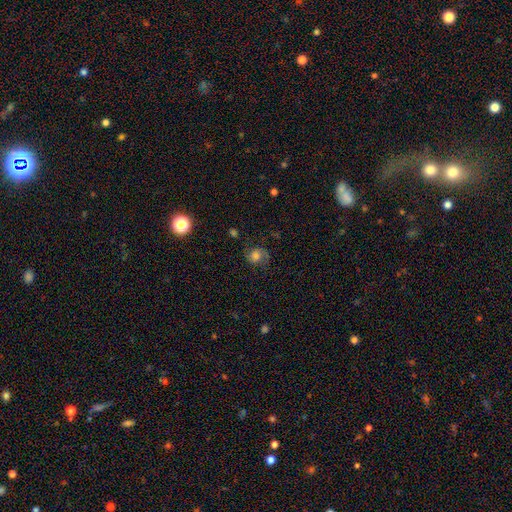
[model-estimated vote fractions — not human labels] Smooth or featured: featured or disk — 50% (smooth — 38%)
Merging: none — 66% (minor disturbance — 20%)